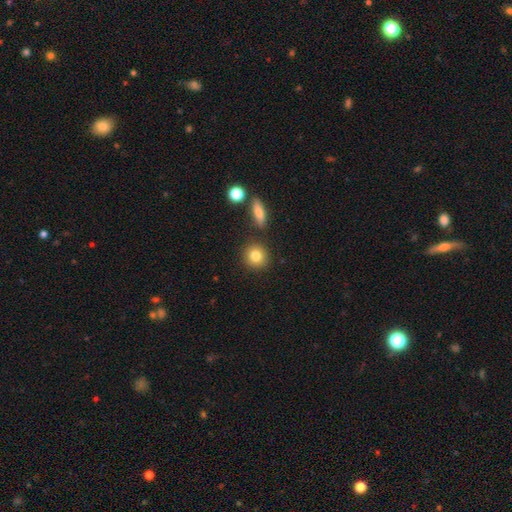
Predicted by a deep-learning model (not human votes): smooth_or_featured: smooth (p=0.82) [alt: star or artifact p=0.09]
how_rounded: round (p=0.87) [alt: in between p=0.11]
merging: none (p=0.85) [alt: minor disturbance p=0.07]